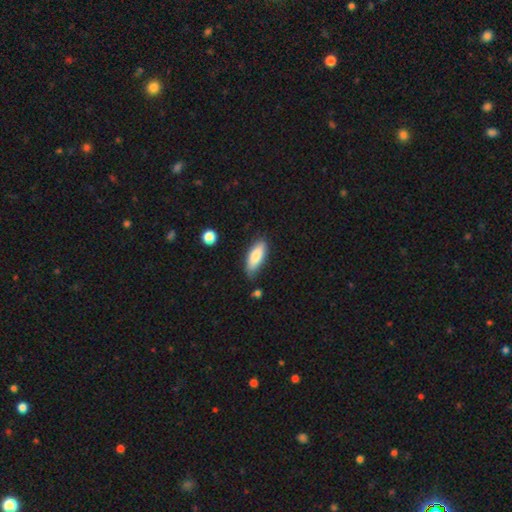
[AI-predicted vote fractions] A smooth galaxy with no disk features (82%) that is in between round and cigar-shaped (70%).

Vote fractions:
- Smooth or featured? smooth: 82% / featured or disk: 12% / star or artifact: 6%
- How rounded? in between: 70% / cigar-shaped: 29% / round: 2%
- Merging? none: 78% / minor disturbance: 16% / major disturbance: 3% / merger: 3%